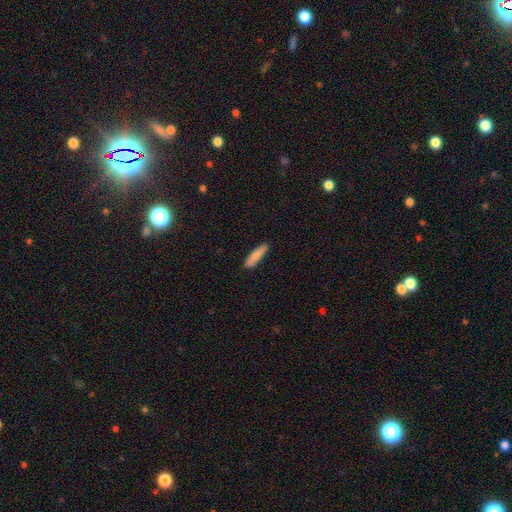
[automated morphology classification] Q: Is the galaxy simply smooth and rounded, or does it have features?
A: smooth — 79%.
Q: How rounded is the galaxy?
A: cigar-shaped — 78%.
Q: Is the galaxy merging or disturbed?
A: none — 89%.